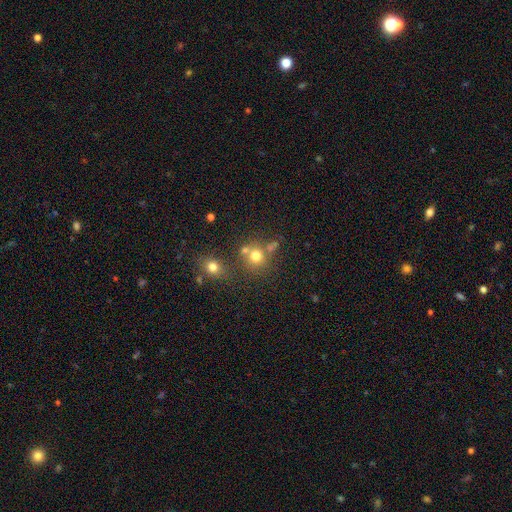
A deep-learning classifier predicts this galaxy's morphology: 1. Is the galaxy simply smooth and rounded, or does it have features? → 72% smooth, 17% star or artifact, 11% featured or disk.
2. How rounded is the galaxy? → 87% round, 12% in between, 1% cigar-shaped.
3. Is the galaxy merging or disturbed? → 61% none, 24% merger, 10% minor disturbance, 4% major disturbance.